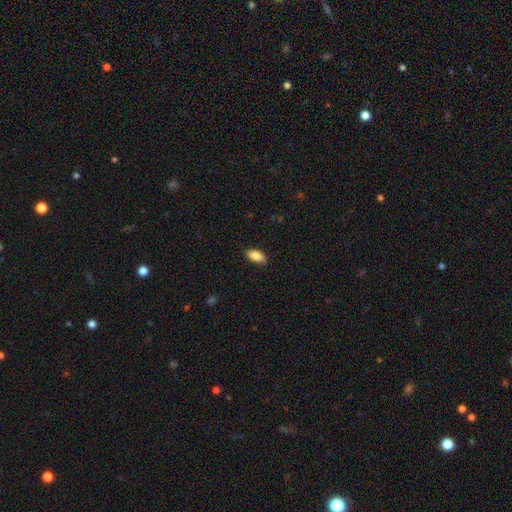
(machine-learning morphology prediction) Smooth or featured? Predicted: smooth (p=0.86). How rounded? Predicted: in between (p=0.90). Merging? Predicted: none (p=0.87).